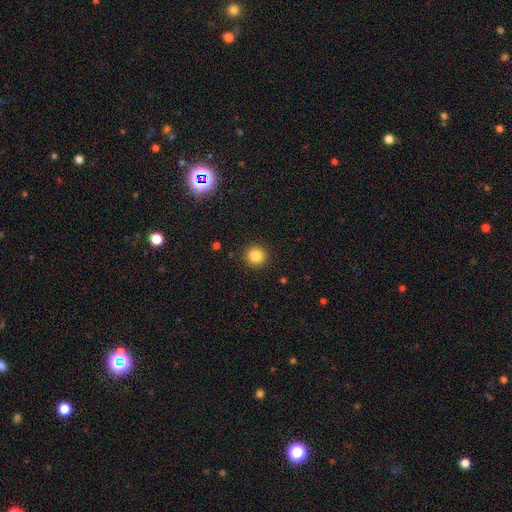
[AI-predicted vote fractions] A smooth galaxy with no disk features (85%) that is round (93%). Merging: none (91%).